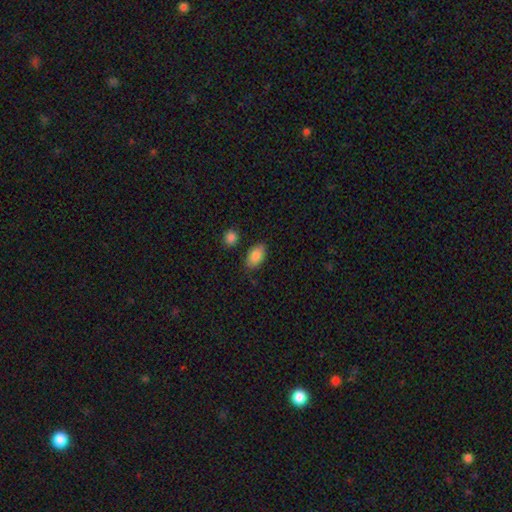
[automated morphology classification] The model was most divided on "merging": none: 81%, minor disturbance: 13%, merger: 3%, major disturbance: 3%. More confident: how rounded — in between (92%); smooth or featured — smooth (87%).